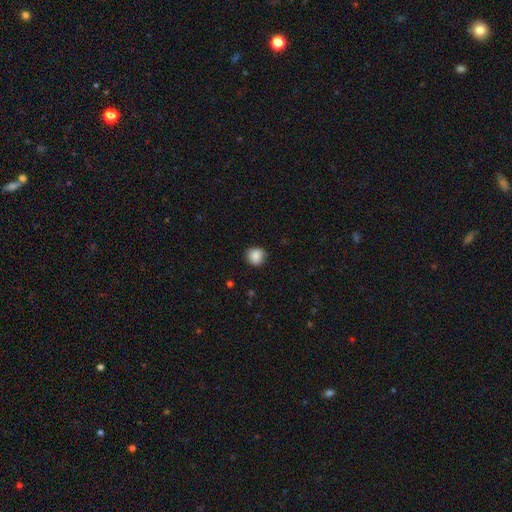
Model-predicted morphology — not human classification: smooth-or-featured: smooth: 87% | star or artifact: 9% | featured or disk: 5%
  how-rounded: round: 88% | in between: 11% | cigar-shaped: 1%
  merging: none: 83% | minor disturbance: 13% | major disturbance: 3% | merger: 1%